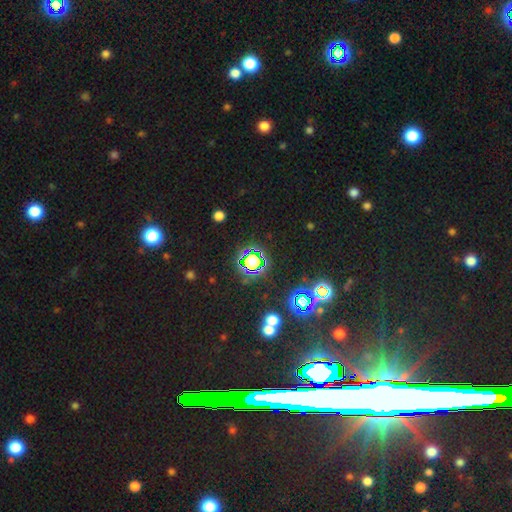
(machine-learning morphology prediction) Smooth or featured: star or artifact — 73% (smooth — 18%)